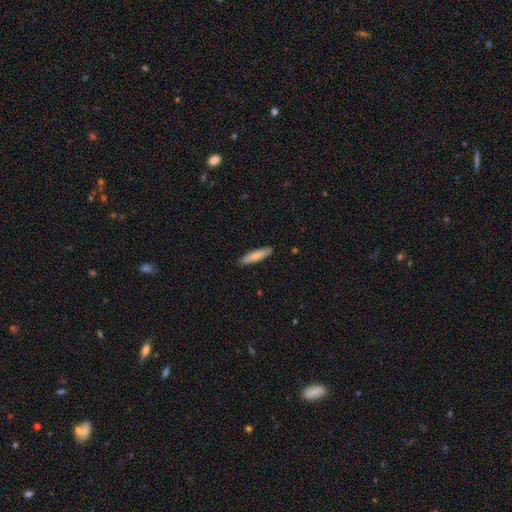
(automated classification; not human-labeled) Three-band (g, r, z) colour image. It shows a smooth galaxy with no disk features (74%) that is cigar-shaped (83%). Merging: none (89%).